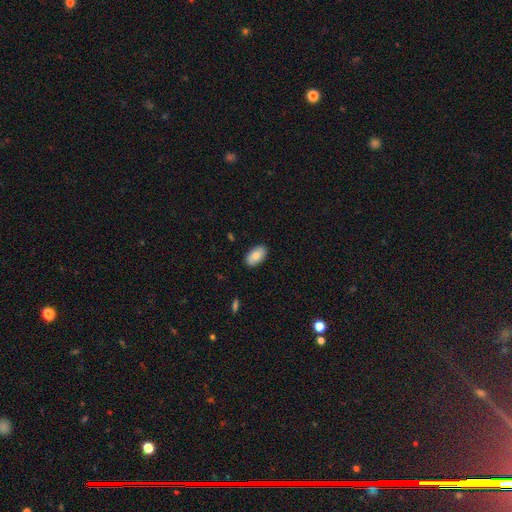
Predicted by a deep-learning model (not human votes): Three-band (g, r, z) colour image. It shows a smooth galaxy with no disk features (78%) that is in between round and cigar-shaped (94%). Merging: none (87%).